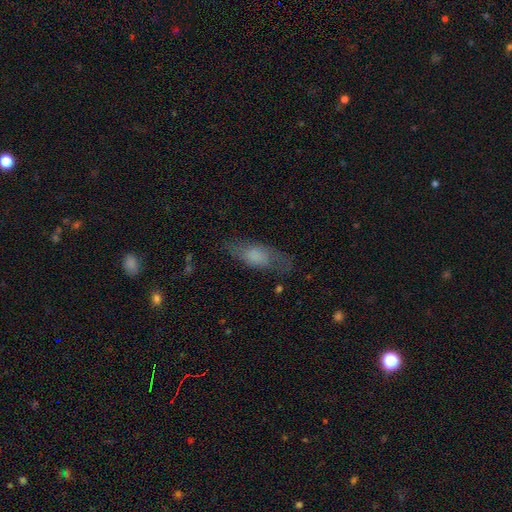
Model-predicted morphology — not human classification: The model was most divided on "smooth or featured": smooth: 58%, featured or disk: 33%, star or artifact: 9%. More confident: how rounded — in between (68%); merging — none (65%).